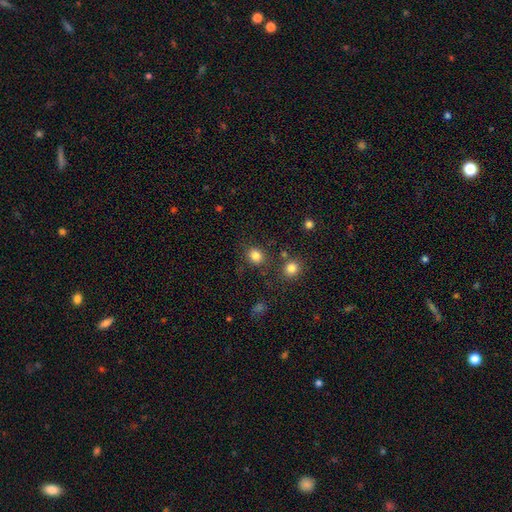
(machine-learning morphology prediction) This appears to be a smooth galaxy with no disk features (82%) that is round (73%). Merging: none (81%).